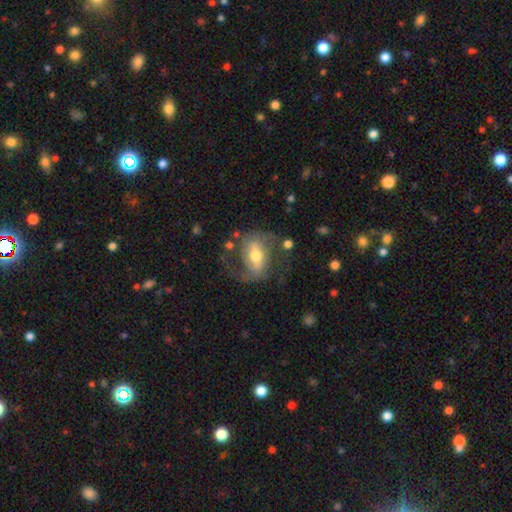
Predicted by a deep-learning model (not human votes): smooth-or-featured: featured or disk: 75% | smooth: 18% | star or artifact: 7%
  disk-edge-on: no: 95% | yes: 5%
    bar: strong: 41% (tied) | weak: 41% (tied) | no: 17%
    has-spiral-arms: yes: 86% | no: 14%
      spiral-winding: medium: 46% | loose: 39% | tight: 15%
      spiral-arm-count: 2: 82% | 1: 7% | can't tell: 7% | 3: 1% | 4: 1% | more than 4: 1%
    bulge-size: moderate: 67% | small: 20% | large: 10% | none: 1% | dominant: 1%
  merging: none: 58% | major disturbance: 20% | minor disturbance: 19% | merger: 3%